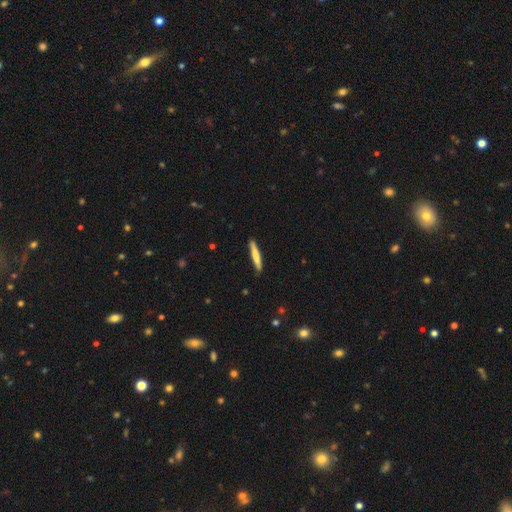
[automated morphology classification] The model was most divided on "smooth or featured": smooth: 71%, featured or disk: 24%, star or artifact: 5%. More confident: how rounded — cigar-shaped (95%); merging — none (85%).